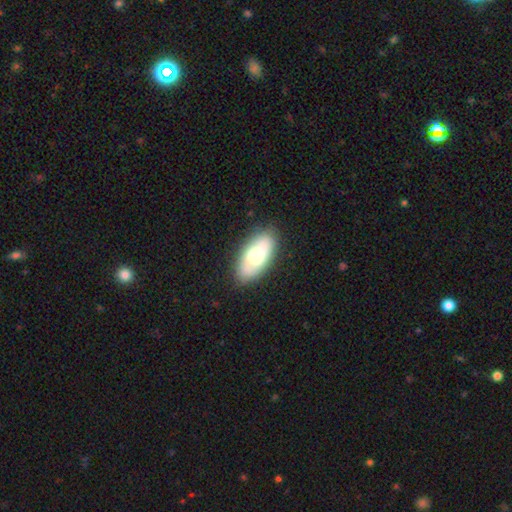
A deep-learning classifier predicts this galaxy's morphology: A smooth galaxy with no disk features (56%) that is in between round and cigar-shaped (90%).

Vote fractions:
- Smooth or featured? smooth: 56% / featured or disk: 38% / star or artifact: 6%
- How rounded? in between: 90% / cigar-shaped: 6% / round: 4%
- Merging? none: 84% / minor disturbance: 12% / major disturbance: 3% / merger: 1%